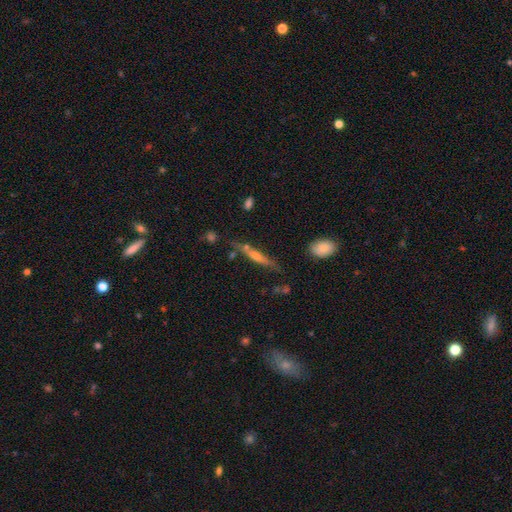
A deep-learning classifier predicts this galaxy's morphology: Smooth or featured: featured or disk — 64% (smooth — 23%)
Edge-on disk: yes — 91% (no — 9%)
Edge-on bulge: rounded — 81% (none — 12%)
Merging: none — 76% (minor disturbance — 14%)